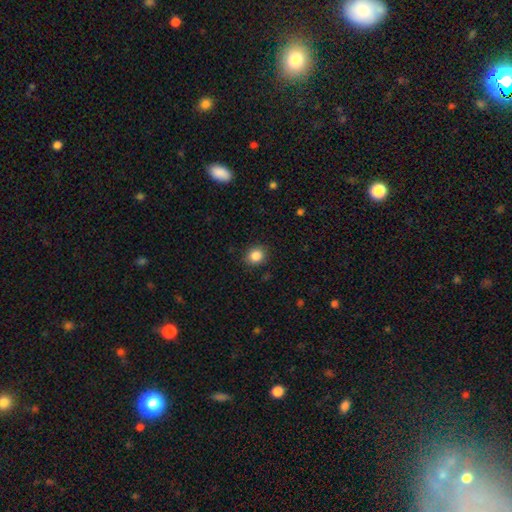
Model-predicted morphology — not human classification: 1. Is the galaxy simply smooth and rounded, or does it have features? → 86% smooth, 10% star or artifact, 4% featured or disk.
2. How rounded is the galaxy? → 74% round, 25% in between, 1% cigar-shaped.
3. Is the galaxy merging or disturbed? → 88% none, 9% minor disturbance, 3% major disturbance, 1% merger.